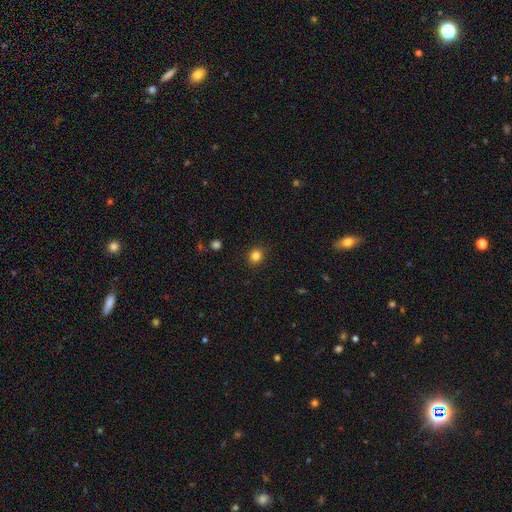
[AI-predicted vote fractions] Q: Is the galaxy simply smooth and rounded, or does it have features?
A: smooth — 83%.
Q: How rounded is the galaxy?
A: round — 82%.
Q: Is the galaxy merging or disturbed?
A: none — 90%.